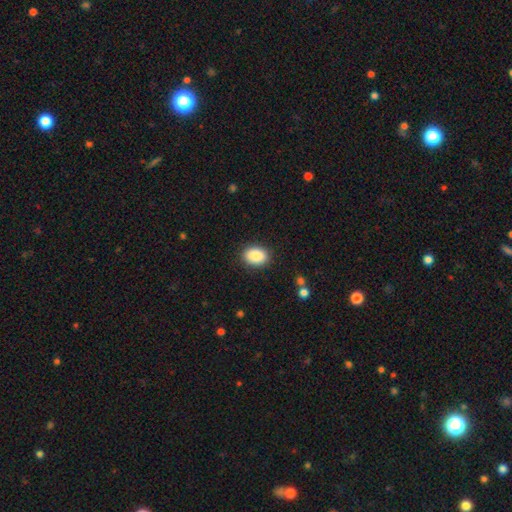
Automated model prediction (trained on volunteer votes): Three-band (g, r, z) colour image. It shows a smooth galaxy with no disk features (89%) that is in between round and cigar-shaped (77%). Merging: none (89%).